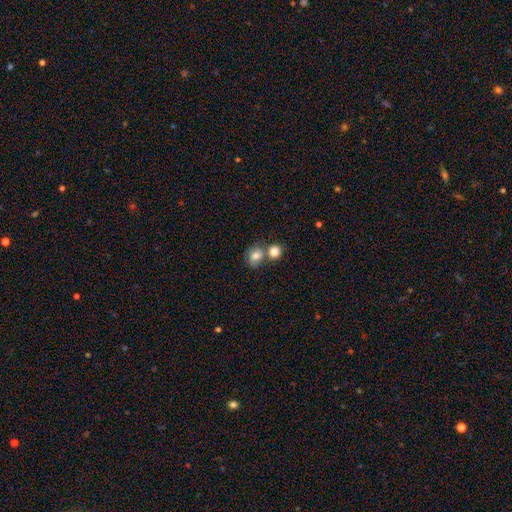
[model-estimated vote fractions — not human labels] Q: Smooth or featured?
A: smooth (67%); runner-up: featured or disk (23%)
Q: How rounded?
A: round (70%); runner-up: in between (29%)
Q: Merging?
A: none (43%); runner-up: merger (41%)